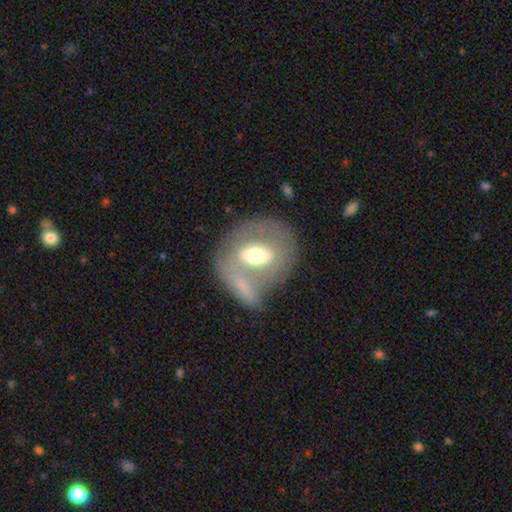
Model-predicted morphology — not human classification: Smooth or featured?
  - featured or disk: 56% *
  - smooth: 38%
  - star or artifact: 7%
Edge-on disk?
  - no: 88% *
  - yes: 12%
Merging?
  - none: 53% *
  - merger: 23%
  - minor disturbance: 15%
  - major disturbance: 9%